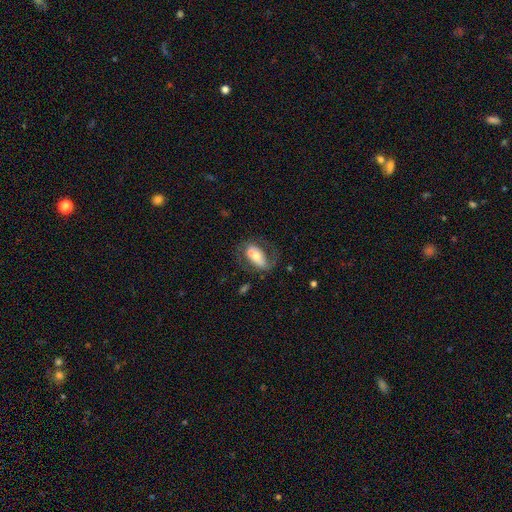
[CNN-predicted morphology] smooth-or-featured: featured or disk: 51% | smooth: 42% | star or artifact: 7%
  disk-edge-on: no: 90% | yes: 10%
  merging: none: 48% | minor disturbance: 21% | major disturbance: 21% | merger: 10%